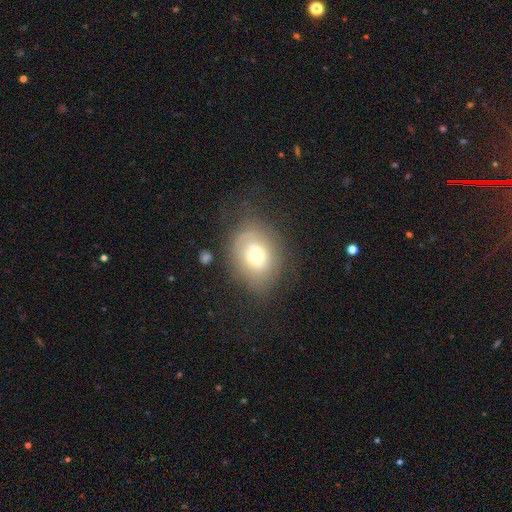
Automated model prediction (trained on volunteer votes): smooth 61%, featured or disk 28%, star or artifact 11%. Down the decision tree: how rounded — in between (54%); merging — none (61%).